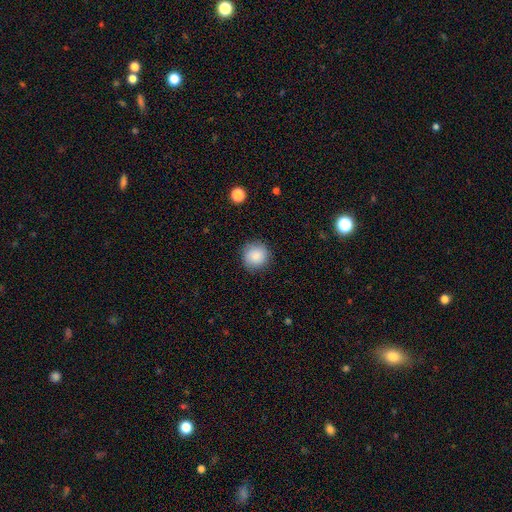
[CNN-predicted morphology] type=smooth (86%); roundness=round (94%); merging=none (88%).